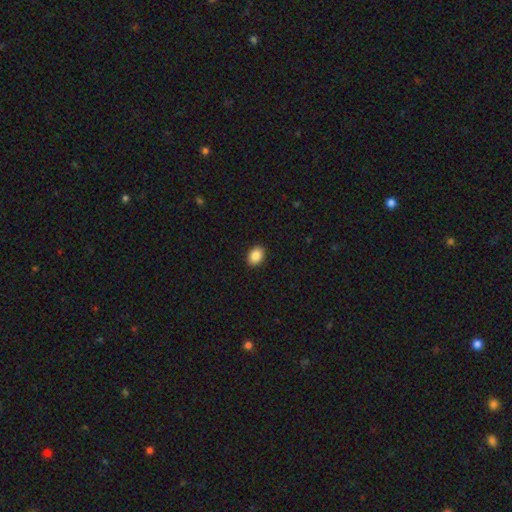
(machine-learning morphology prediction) Q: Smooth or featured?
A: smooth (88%); runner-up: star or artifact (8%)
Q: How rounded?
A: in between (74%); runner-up: round (25%)
Q: Merging?
A: none (91%); runner-up: minor disturbance (6%)